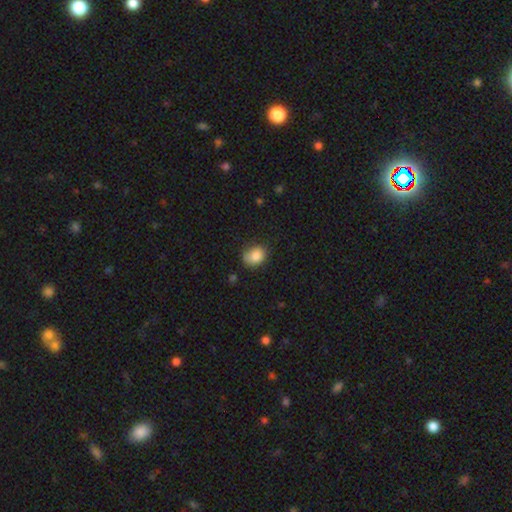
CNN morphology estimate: The model was most divided on "how rounded": in between: 53%, round: 46%, cigar-shaped: 1%. More confident: smooth or featured — smooth (85%); merging — none (62%).